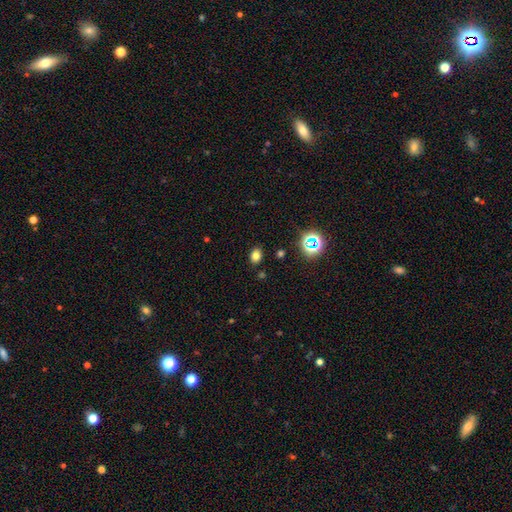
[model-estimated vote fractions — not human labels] A smooth galaxy with no disk features (76%) that is in between round and cigar-shaped (66%). Merging: none (86%).